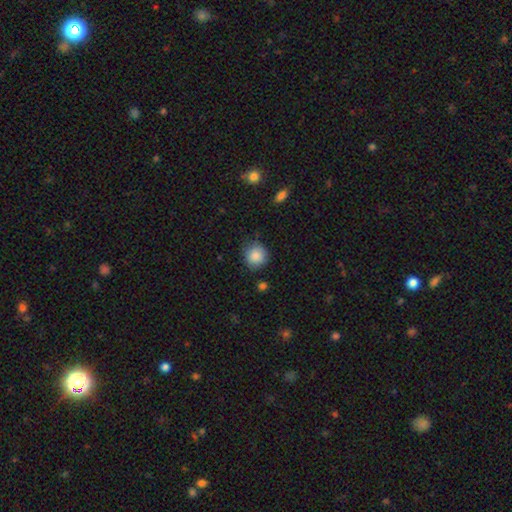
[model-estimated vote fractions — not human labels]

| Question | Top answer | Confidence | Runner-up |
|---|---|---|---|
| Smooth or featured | smooth | 86% | star or artifact (9%) |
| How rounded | round | 90% | in between (9%) |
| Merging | none | 80% | minor disturbance (15%) |